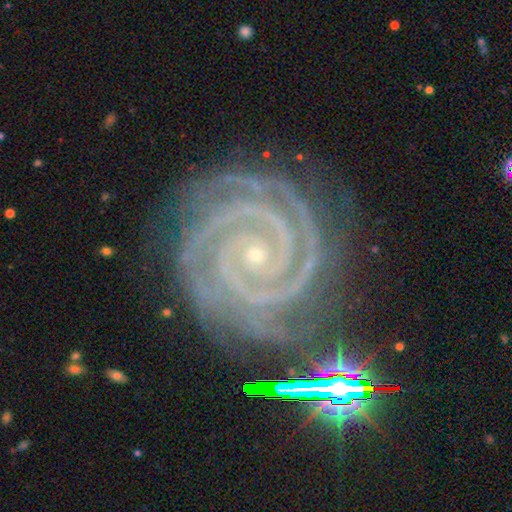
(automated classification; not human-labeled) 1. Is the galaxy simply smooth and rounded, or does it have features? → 93% featured or disk, 5% star or artifact, 2% smooth.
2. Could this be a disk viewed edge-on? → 98% no, 2% yes.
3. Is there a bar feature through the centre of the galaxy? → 70% no, 16% weak, 15% strong.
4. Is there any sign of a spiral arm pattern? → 99% yes, 1% no.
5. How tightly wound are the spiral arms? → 92% tight, 7% medium, 1% loose.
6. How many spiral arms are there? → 60% 2, 18% 3, 7% 4, 6% can't tell, 5% more than 4, 5% 1.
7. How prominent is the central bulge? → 89% small, 8% moderate, 1% none, 1% large, 1% dominant.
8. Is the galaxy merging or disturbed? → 83% none, 12% minor disturbance, 3% major disturbance, 2% merger.